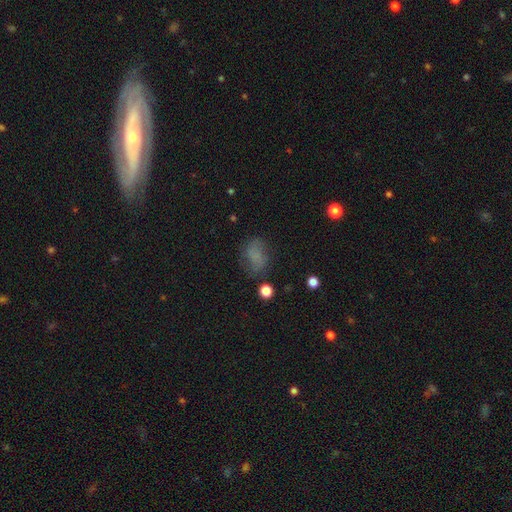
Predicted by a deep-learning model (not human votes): Smooth or featured: smooth — 61% (featured or disk — 22%)
How rounded: in between — 71% (round — 27%)
Merging: none — 61% (minor disturbance — 23%)